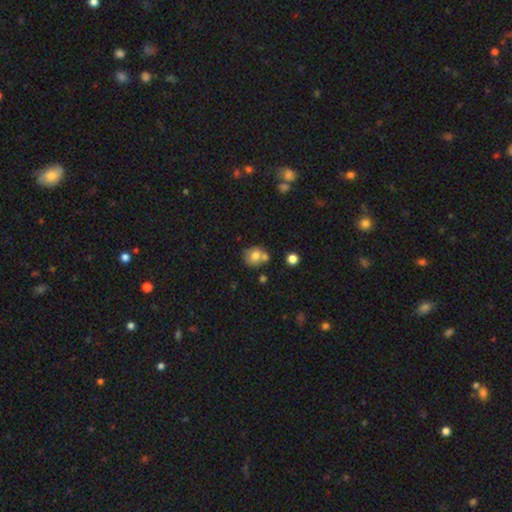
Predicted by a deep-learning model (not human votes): This is likely a smooth galaxy (73%). How rounded: likely round (77%). Merging: possibly none (53%).